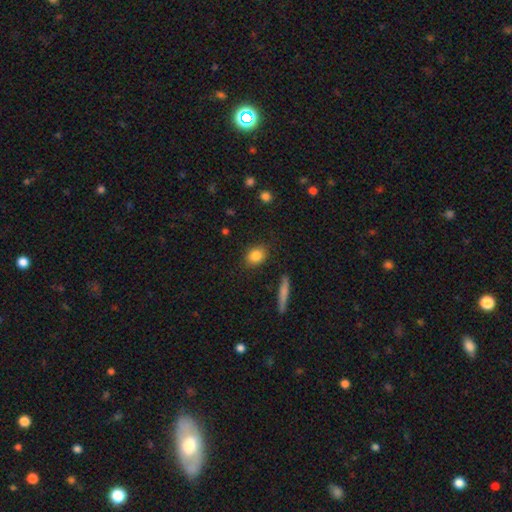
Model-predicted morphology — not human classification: smooth-or-featured: smooth: 84% | star or artifact: 8% | featured or disk: 8%
  how-rounded: in between: 55% | round: 42% | cigar-shaped: 4%
  merging: none: 85% | minor disturbance: 10% | major disturbance: 3% | merger: 2%